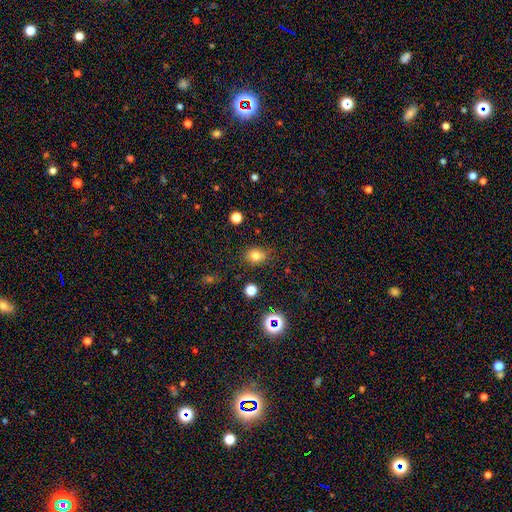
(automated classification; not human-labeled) smooth_or_featured: smooth (p=0.78) [alt: star or artifact p=0.15]
how_rounded: round (p=0.62) [alt: in between p=0.37]
merging: none (p=0.81) [alt: minor disturbance p=0.13]